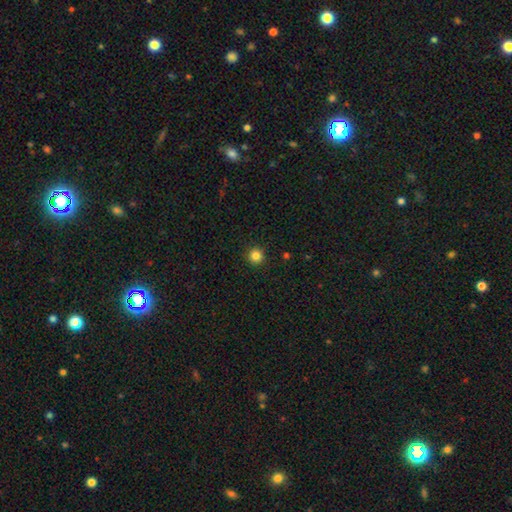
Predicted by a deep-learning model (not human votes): Smooth or featured? Predicted: smooth (p=0.84). How rounded? Predicted: round (p=0.95). Merging? Predicted: none (p=0.93).